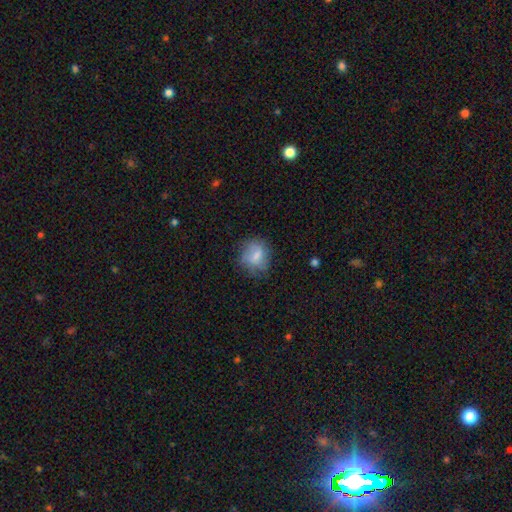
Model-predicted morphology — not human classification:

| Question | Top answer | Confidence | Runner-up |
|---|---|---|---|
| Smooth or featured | smooth | 63% | featured or disk (28%) |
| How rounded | round | 67% | in between (31%) |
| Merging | none | 62% | minor disturbance (25%) |